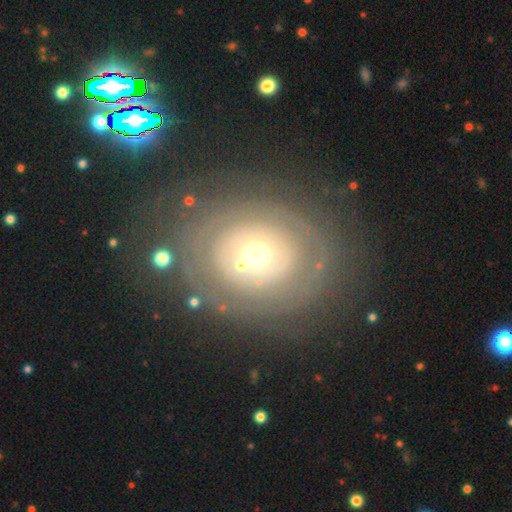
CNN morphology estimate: This is likely a featured or disk galaxy (62%). It is clearly not viewed edge-on (96%). Bar: clearly no (90%). Spiral arm pattern: likely no (61%). Central bulge: possibly moderate (54%). Merging: likely none (73%).